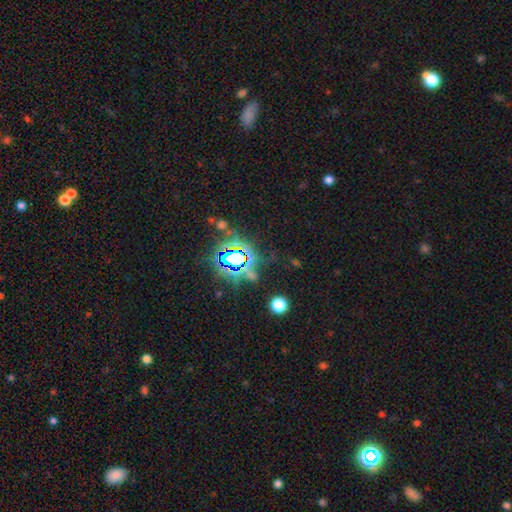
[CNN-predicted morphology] smooth-or-featured: star or artifact: 79% | smooth: 13% | featured or disk: 7%